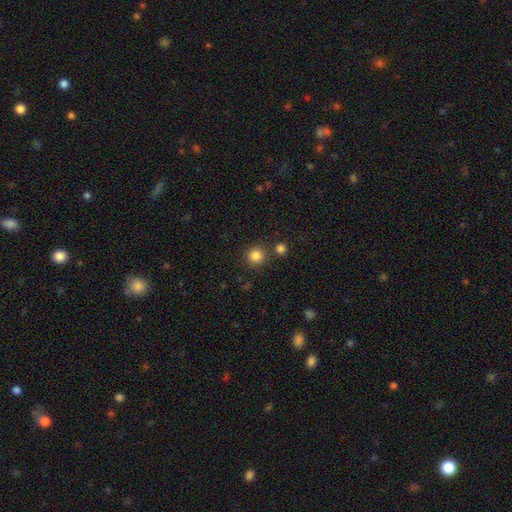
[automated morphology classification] A smooth galaxy with no disk features (85%) that is round (94%).

Vote fractions:
- Smooth or featured? smooth: 85% / star or artifact: 12% / featured or disk: 4%
- How rounded? round: 94% / in between: 5% / cigar-shaped: 1%
- Merging? none: 83% / merger: 8% / minor disturbance: 7% / major disturbance: 3%